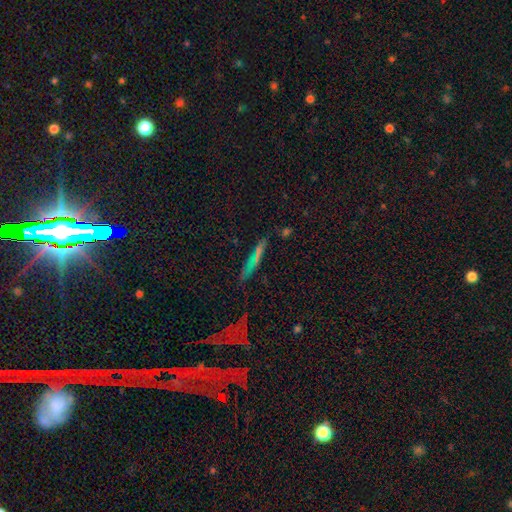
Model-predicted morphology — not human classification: This appears to be a smooth galaxy with no disk features (49%). Merging: none (73%).